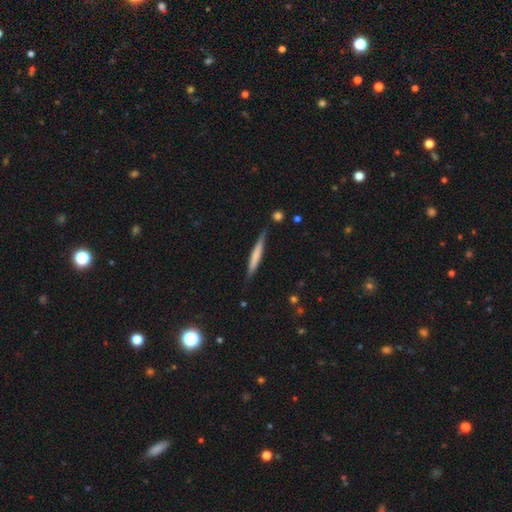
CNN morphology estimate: Smooth or featured? smooth (61%)
How rounded? cigar-shaped (95%)
Merging? none (83%)